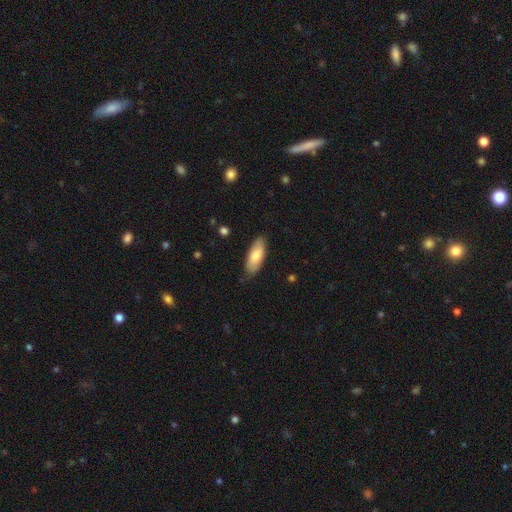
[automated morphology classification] This is likely a smooth galaxy (76%). How rounded: likely in between (74%). Merging: likely none (79%).